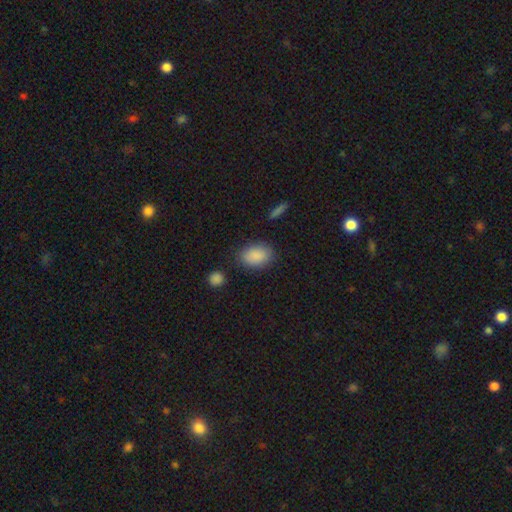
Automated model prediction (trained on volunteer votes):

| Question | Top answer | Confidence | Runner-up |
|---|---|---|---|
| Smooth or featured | smooth | 88% | star or artifact (7%) |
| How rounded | in between | 86% | round (12%) |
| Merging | none | 80% | minor disturbance (13%) |